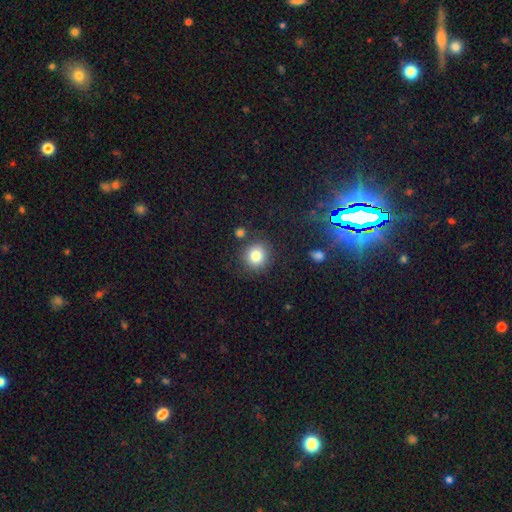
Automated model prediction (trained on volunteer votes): This appears to be a smooth galaxy with no disk features (82%) that is round (90%). Merging: none (84%).